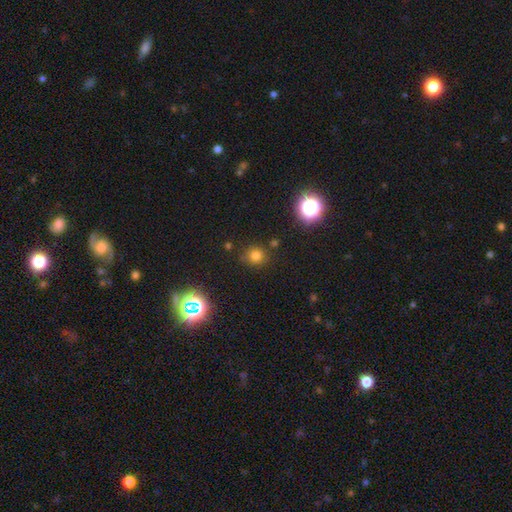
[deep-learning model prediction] Smooth or featured: smooth — 74% (star or artifact — 20%)
How rounded: round — 88% (in between — 11%)
Merging: none — 81% (minor disturbance — 12%)